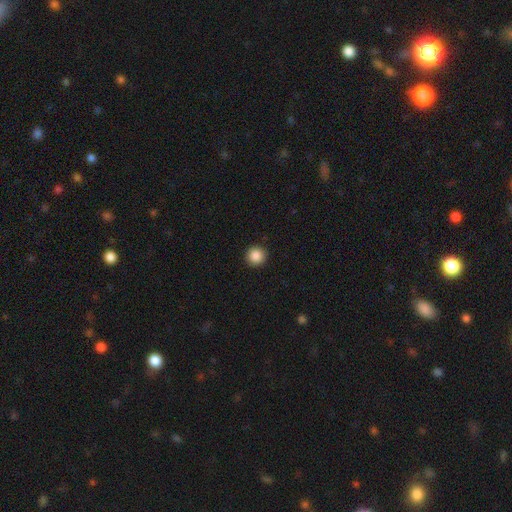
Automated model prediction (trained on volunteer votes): Q: Smooth or featured?
A: smooth (87%); runner-up: star or artifact (10%)
Q: How rounded?
A: round (96%); runner-up: in between (4%)
Q: Merging?
A: none (93%); runner-up: minor disturbance (5%)